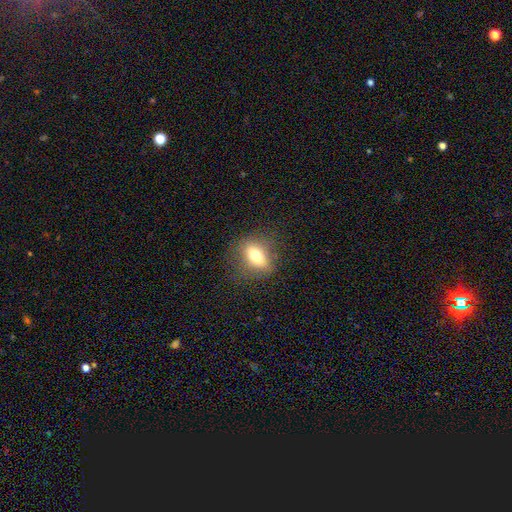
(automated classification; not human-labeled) This is likely a smooth galaxy (67%). How rounded: likely in between (67%). Merging: likely none (79%).